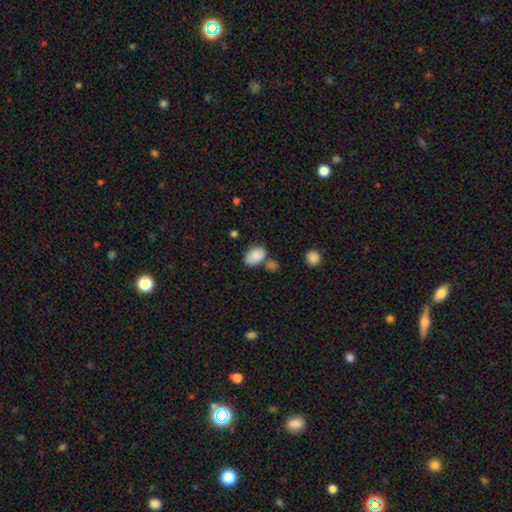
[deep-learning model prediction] Q: Smooth or featured?
A: smooth (86%); runner-up: star or artifact (8%)
Q: How rounded?
A: in between (89%); runner-up: round (10%)
Q: Merging?
A: none (55%); runner-up: minor disturbance (21%)